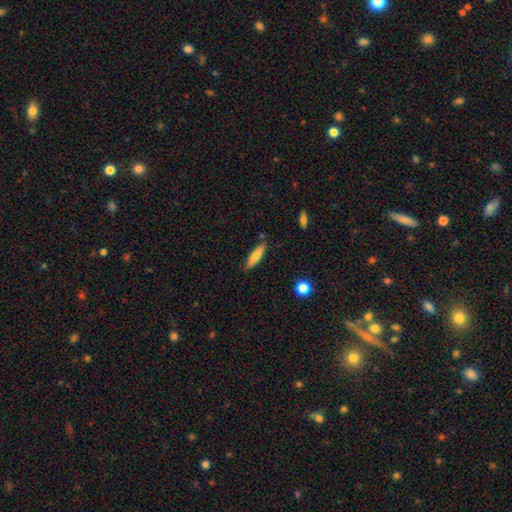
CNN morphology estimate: Smooth or featured: smooth — 76% (featured or disk — 18%)
How rounded: cigar-shaped — 68% (in between — 30%)
Merging: none — 83% (minor disturbance — 12%)